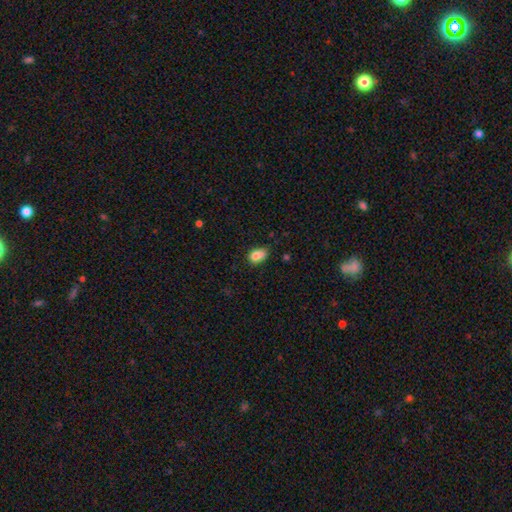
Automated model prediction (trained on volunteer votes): A smooth galaxy with no disk features (82%) that is in between round and cigar-shaped (82%).

Vote fractions:
- Smooth or featured? smooth: 82% / star or artifact: 10% / featured or disk: 8%
- How rounded? in between: 82% / round: 16% / cigar-shaped: 2%
- Merging? none: 51% / minor disturbance: 32% / merger: 9% / major disturbance: 7%